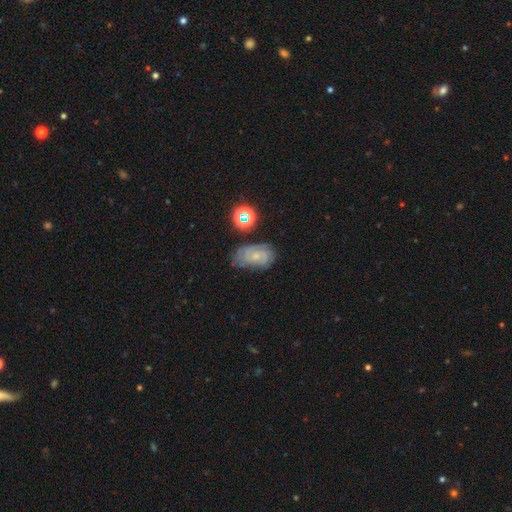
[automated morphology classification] Smooth or featured: featured or disk — 54% (smooth — 31%)
Edge-on disk: no — 96% (yes — 4%)
Bar: no — 71% (weak — 25%)
Spiral arms: yes — 83% (no — 17%)
Bulge size: small — 68% (moderate — 23%)
Merging: none — 56% (minor disturbance — 29%)